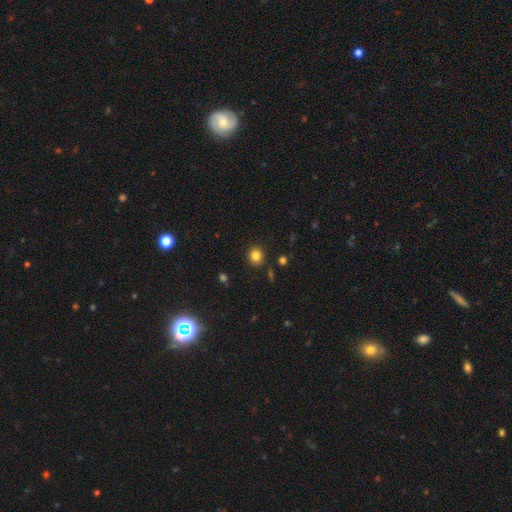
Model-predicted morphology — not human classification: A smooth galaxy with no disk features (83%) that is round (84%).

Vote fractions:
- Smooth or featured? smooth: 83% / star or artifact: 12% / featured or disk: 5%
- How rounded? round: 84% / in between: 15% / cigar-shaped: 1%
- Merging? none: 88% / minor disturbance: 8% / major disturbance: 2% / merger: 2%